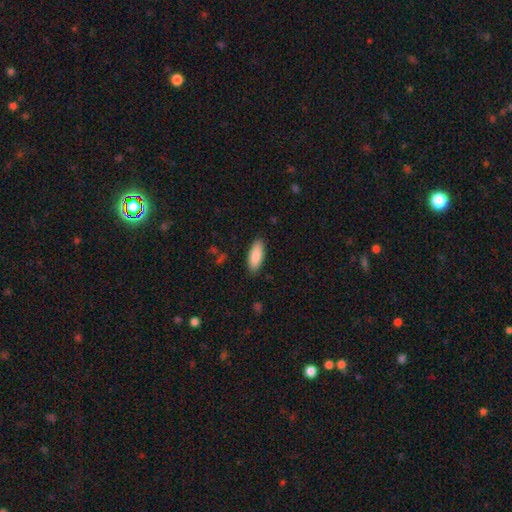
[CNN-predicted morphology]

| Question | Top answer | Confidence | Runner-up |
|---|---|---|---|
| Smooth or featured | smooth | 88% | featured or disk (6%) |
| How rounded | in between | 77% | cigar-shaped (22%) |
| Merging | none | 88% | minor disturbance (9%) |